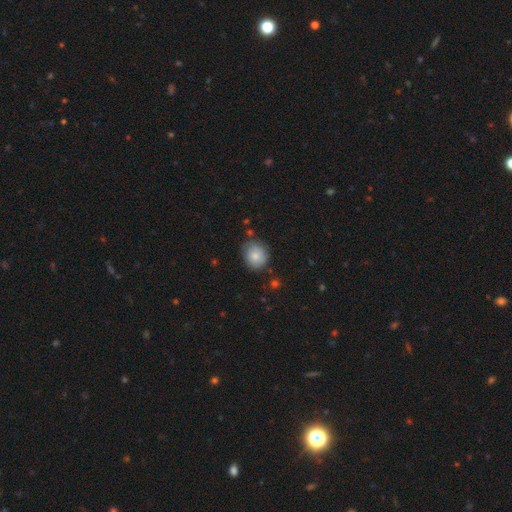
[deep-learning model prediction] The model was most divided on "merging": none: 72%, minor disturbance: 21%, major disturbance: 4%, merger: 3%. More confident: smooth or featured — smooth (80%); how rounded — round (77%).